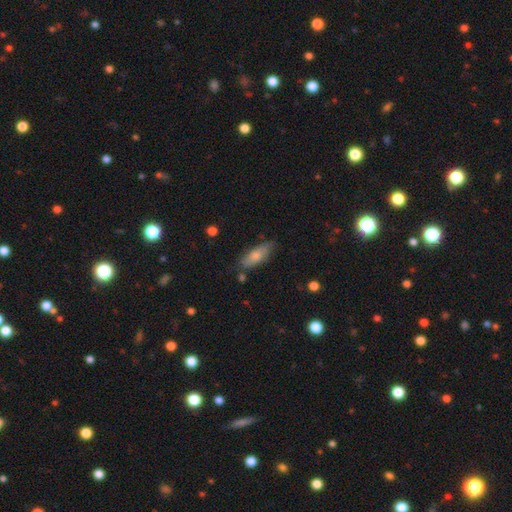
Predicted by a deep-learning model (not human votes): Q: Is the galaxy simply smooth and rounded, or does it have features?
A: smooth — 75%.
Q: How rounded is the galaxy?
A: in between — 71%.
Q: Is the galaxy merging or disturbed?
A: none — 71%.